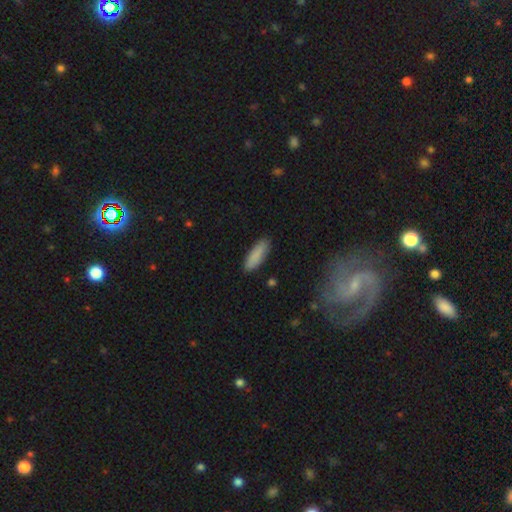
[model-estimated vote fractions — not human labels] Smooth or featured? smooth (87%)
How rounded? in between (54%)
Merging? none (87%)